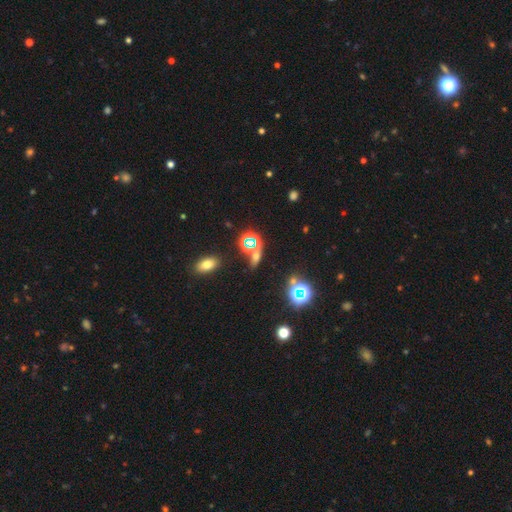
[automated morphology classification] The model was most divided on "smooth or featured": star or artifact: 46%, smooth: 39%, featured or disk: 15%.